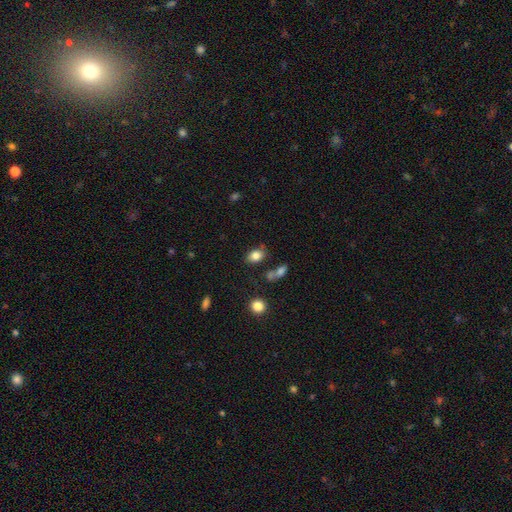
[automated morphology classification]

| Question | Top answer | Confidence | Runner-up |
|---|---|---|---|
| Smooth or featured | smooth | 82% | star or artifact (10%) |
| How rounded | in between | 78% | round (21%) |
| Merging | none | 72% | minor disturbance (15%) |